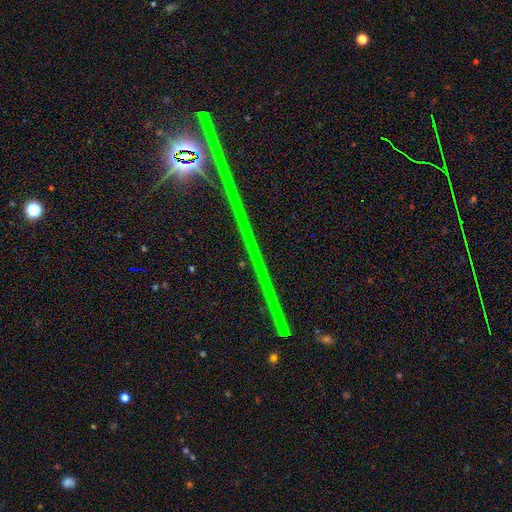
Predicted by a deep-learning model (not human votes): smooth-or-featured: star or artifact: 80% | featured or disk: 13% | smooth: 7%